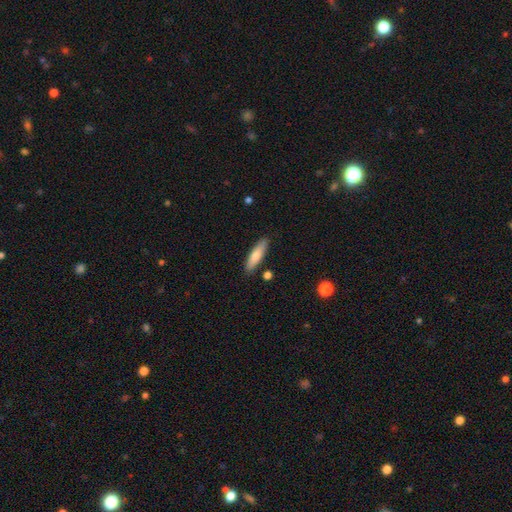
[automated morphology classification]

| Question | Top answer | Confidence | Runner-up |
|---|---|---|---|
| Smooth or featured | smooth | 76% | featured or disk (18%) |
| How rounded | cigar-shaped | 65% | in between (33%) |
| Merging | none | 85% | minor disturbance (10%) |